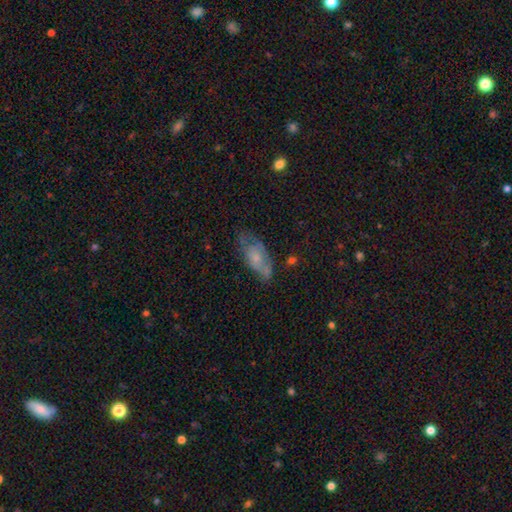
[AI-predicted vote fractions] The model was most divided on "smooth or featured": smooth: 47%, featured or disk: 44%, star or artifact: 9%. More confident: merging — none (52%).